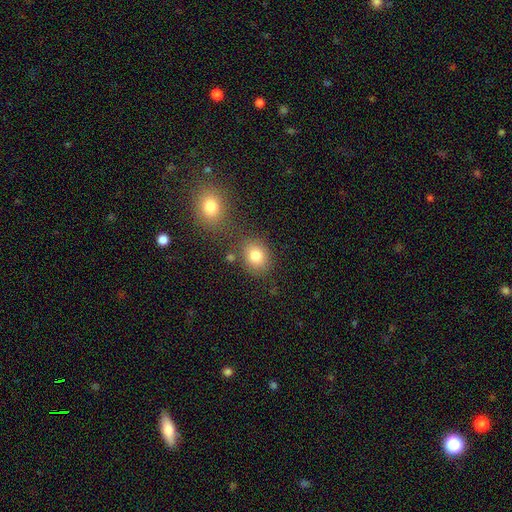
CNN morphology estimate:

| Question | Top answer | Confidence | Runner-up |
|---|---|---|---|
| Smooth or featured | smooth | 81% | star or artifact (11%) |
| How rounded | round | 55% | in between (44%) |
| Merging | none | 73% | minor disturbance (12%) |